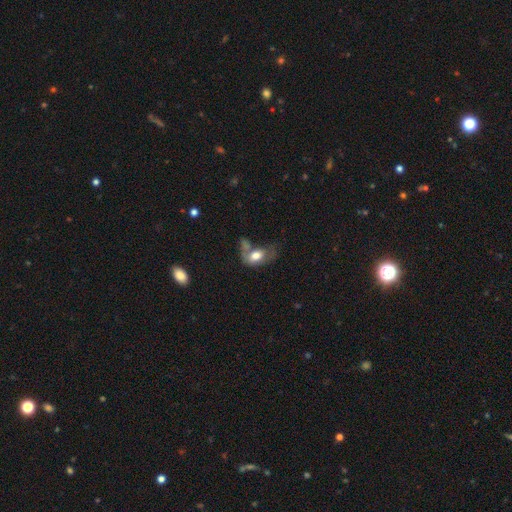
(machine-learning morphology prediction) smooth 67%, featured or disk 25%, star or artifact 8%. Down the decision tree: how rounded — in between (83%); merging — merger (31%, tied with major disturbance).